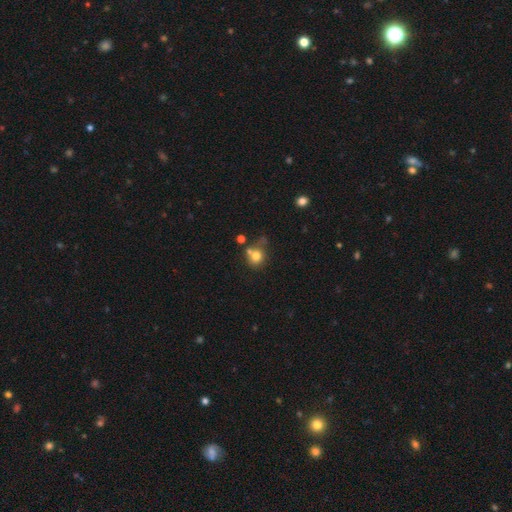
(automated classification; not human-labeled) Q: Smooth or featured?
A: smooth (76%); runner-up: star or artifact (12%)
Q: How rounded?
A: round (79%); runner-up: in between (20%)
Q: Merging?
A: none (49%); runner-up: merger (29%)